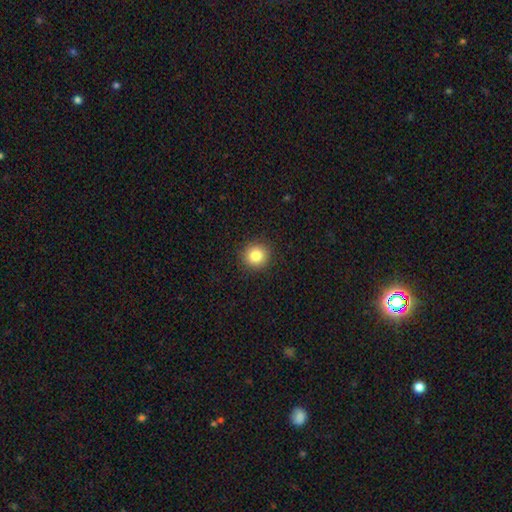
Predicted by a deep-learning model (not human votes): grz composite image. It shows a smooth galaxy with no disk features (83%) that is round (93%). Merging: none (92%).